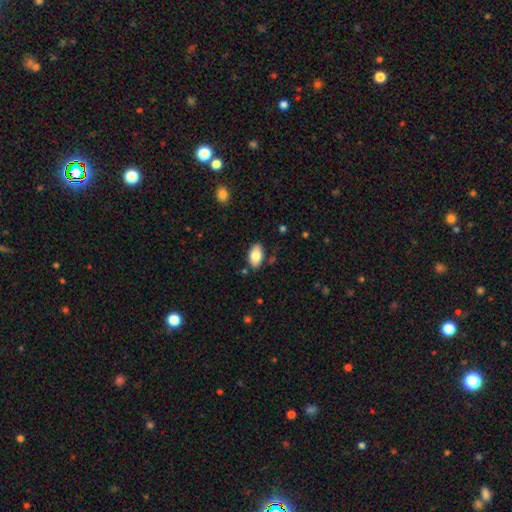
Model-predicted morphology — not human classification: A smooth galaxy with no disk features (82%) that is in between round and cigar-shaped (94%). Merging: none (84%).